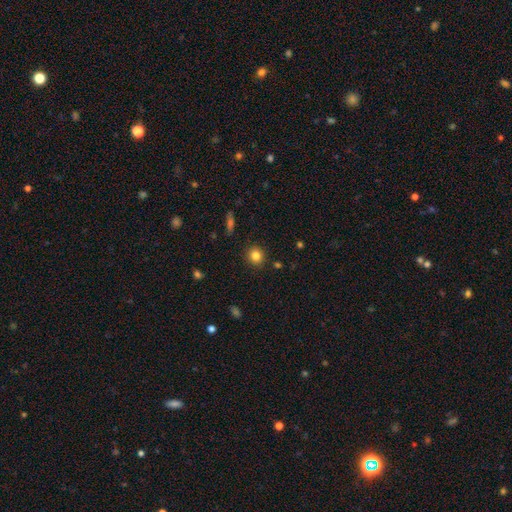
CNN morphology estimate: smooth_or_featured: smooth (p=0.83) [alt: star or artifact p=0.11]
how_rounded: round (p=0.86) [alt: in between p=0.13]
merging: none (p=0.90) [alt: minor disturbance p=0.07]